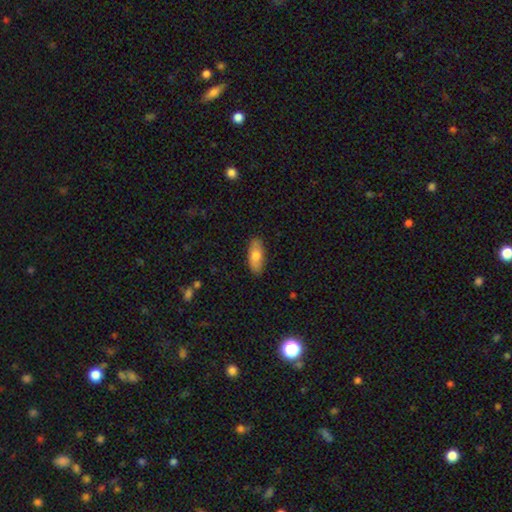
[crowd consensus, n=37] Overall: smooth (65%; featured or disk 30%). How rounded: in between (79%). Merging: none (91%).